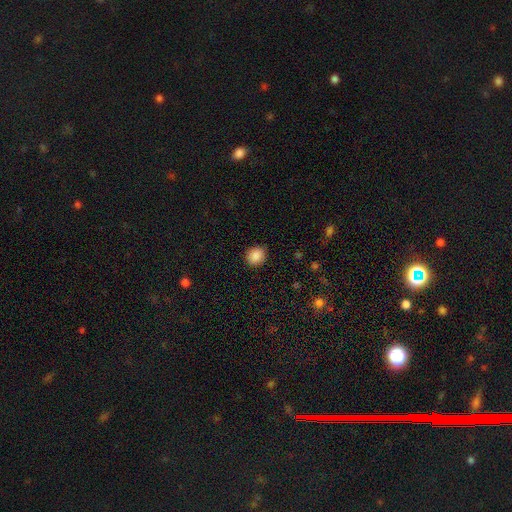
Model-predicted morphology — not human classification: smooth_or_featured: smooth (p=0.88) [alt: star or artifact p=0.09]
how_rounded: round (p=0.77) [alt: in between p=0.22]
merging: none (p=0.88) [alt: minor disturbance p=0.09]